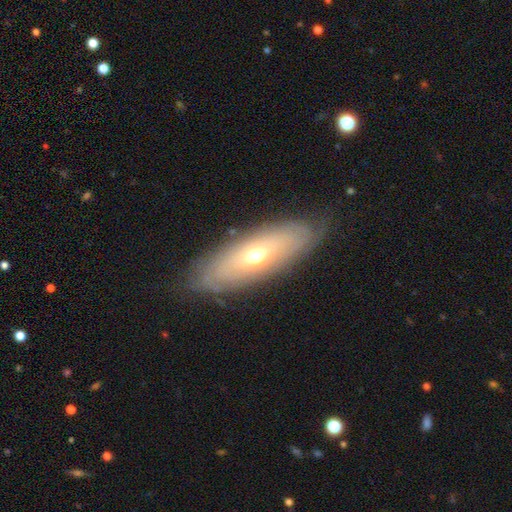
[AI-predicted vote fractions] smooth_or_featured: featured or disk (p=0.57) [alt: smooth p=0.36]
disk_edge_on: no (p=0.70) [alt: yes p=0.30]
merging: none (p=0.81) [alt: minor disturbance p=0.14]